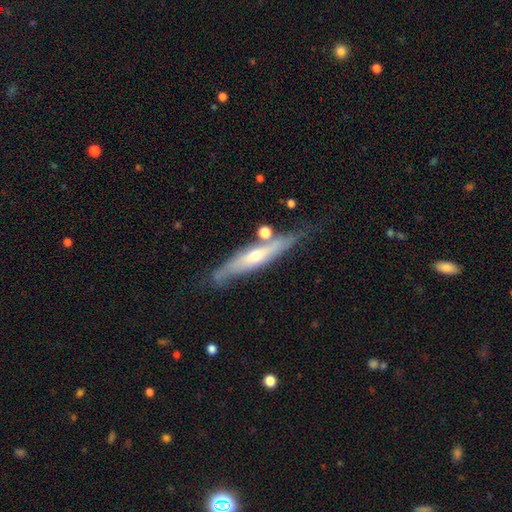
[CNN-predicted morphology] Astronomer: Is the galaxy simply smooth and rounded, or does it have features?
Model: featured or disk — 62%.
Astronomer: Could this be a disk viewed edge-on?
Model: yes — 81%.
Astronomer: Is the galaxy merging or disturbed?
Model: none — 66%.